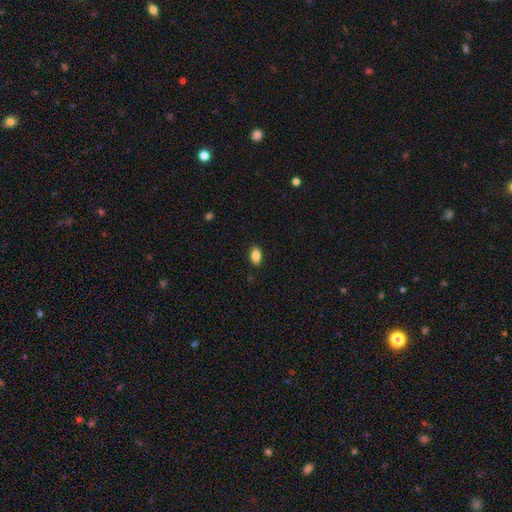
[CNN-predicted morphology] smooth-or-featured: smooth: 86% | star or artifact: 8% | featured or disk: 6%
  how-rounded: in between: 91% | round: 6% | cigar-shaped: 3%
  merging: none: 88% | minor disturbance: 9% | major disturbance: 2% | merger: 1%